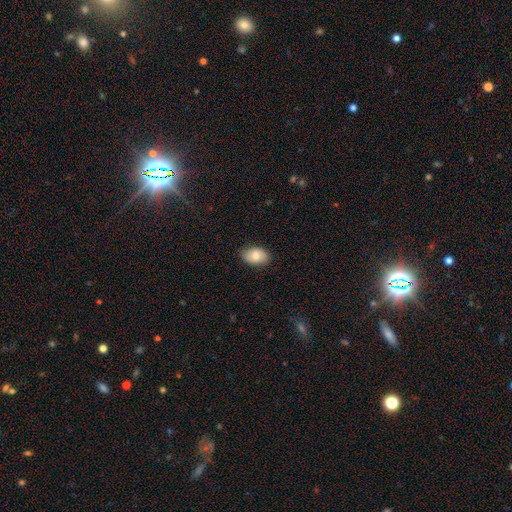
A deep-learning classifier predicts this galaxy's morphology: This appears to be a smooth galaxy with no disk features (80%) that is in between round and cigar-shaped (88%). Merging: none (84%).